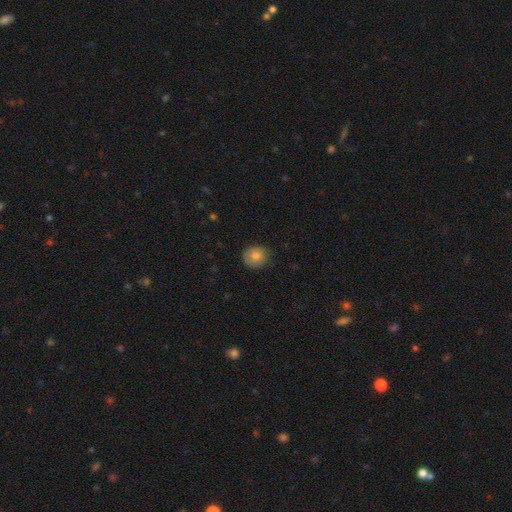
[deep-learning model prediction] smooth_or_featured: smooth (p=0.77) [alt: featured or disk p=0.14]
how_rounded: round (p=0.83) [alt: in between p=0.16]
merging: none (p=0.77) [alt: minor disturbance p=0.18]